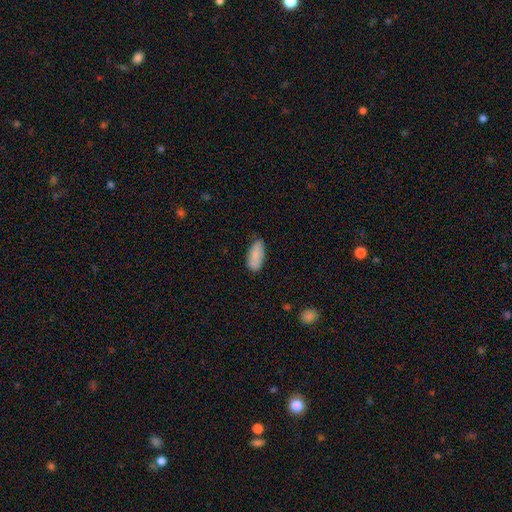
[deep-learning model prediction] smooth 88%, star or artifact 6%, featured or disk 6%. Down the decision tree: how rounded — in between (88%); merging — none (73%).